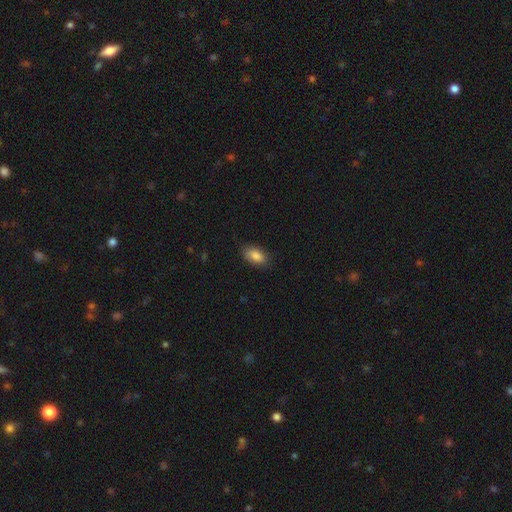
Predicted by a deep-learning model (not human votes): Smooth or featured? smooth (86%)
How rounded? in between (91%)
Merging? none (82%)